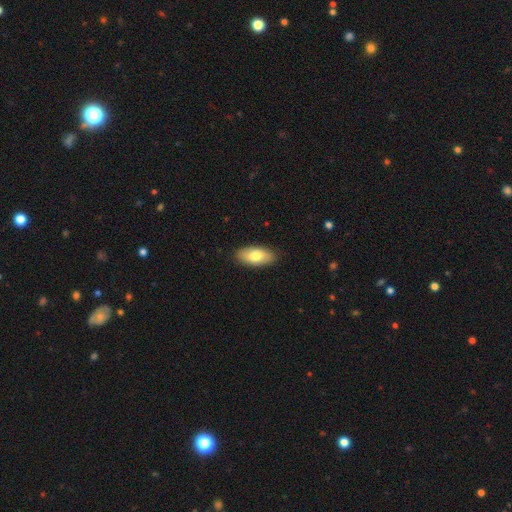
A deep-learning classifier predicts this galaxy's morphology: This appears to be a smooth galaxy with no disk features (77%) that is in between round and cigar-shaped (90%). Merging: none (89%).